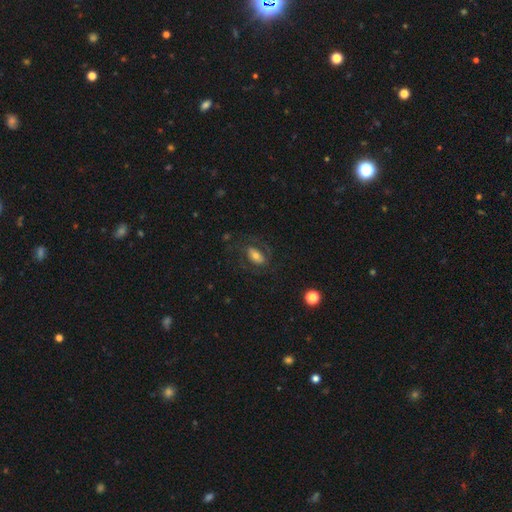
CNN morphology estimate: Smooth or featured: smooth — 54% (featured or disk — 37%)
How rounded: in between — 87% (round — 10%)
Merging: none — 64% (major disturbance — 18%)